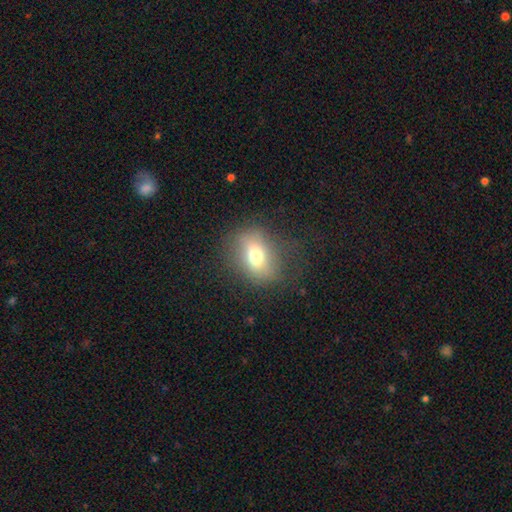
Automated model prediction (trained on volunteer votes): smooth 65%, featured or disk 23%, star or artifact 12%. Down the decision tree: how rounded — in between (56%); merging — none (70%).